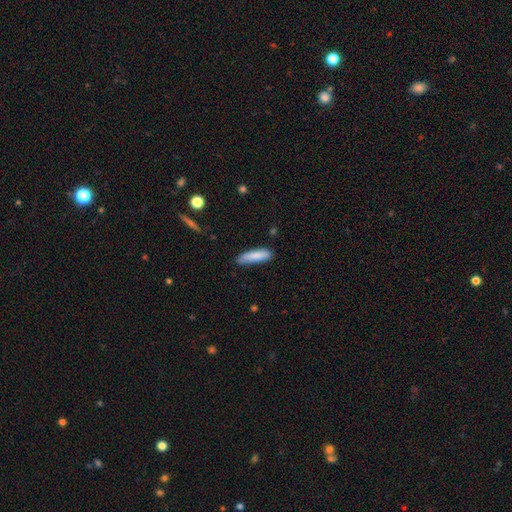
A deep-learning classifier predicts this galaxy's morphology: Smooth or featured: smooth — 85% (featured or disk — 9%)
How rounded: cigar-shaped — 68% (in between — 31%)
Merging: none — 76% (minor disturbance — 19%)